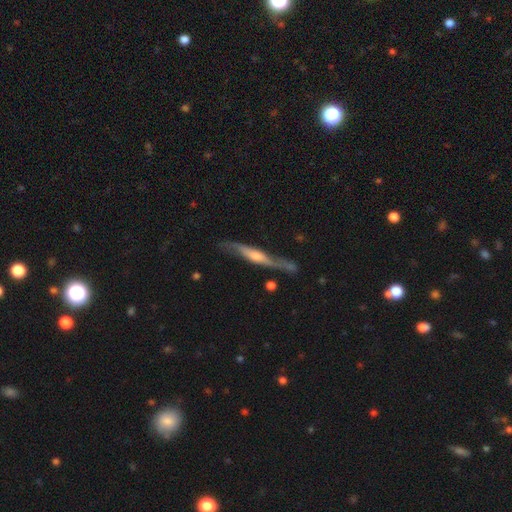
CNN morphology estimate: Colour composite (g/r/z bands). It shows a featured or disk galaxy (77%) viewed edge-on (78%) with a rounded central bulge (68%). Merging: none (68%).